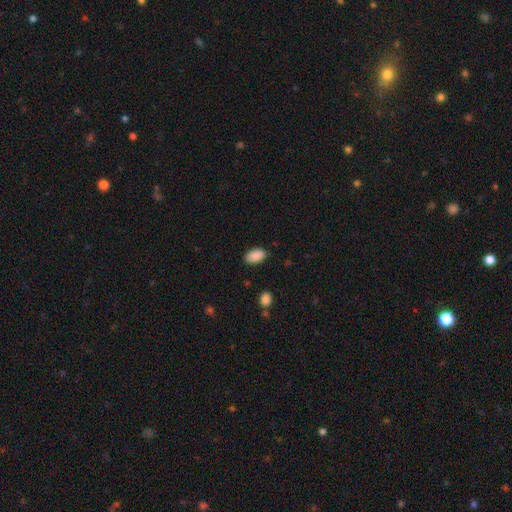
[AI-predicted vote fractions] The model was most divided on "merging": none: 85%, minor disturbance: 11%, major disturbance: 3%, merger: 1%. More confident: how rounded — in between (94%); smooth or featured — smooth (89%).